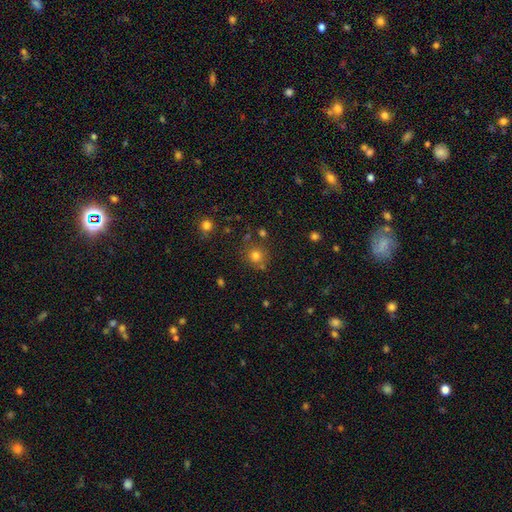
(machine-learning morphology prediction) Smooth or featured? Predicted: smooth (p=0.77). How rounded? Predicted: round (p=0.90). Merging? Predicted: none (p=0.77).